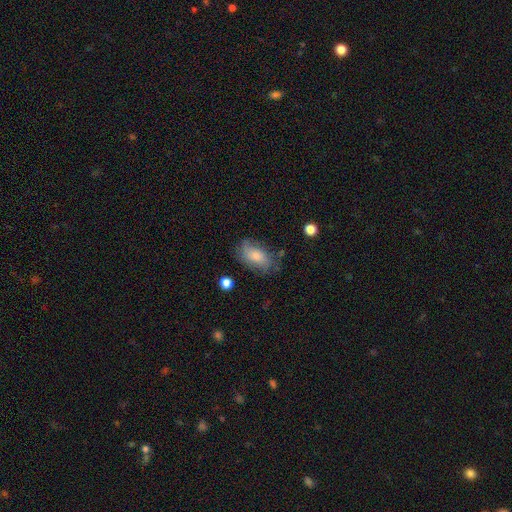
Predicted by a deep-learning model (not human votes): This is likely a smooth galaxy (69%). How rounded: clearly in between (90%). Merging: likely none (63%).